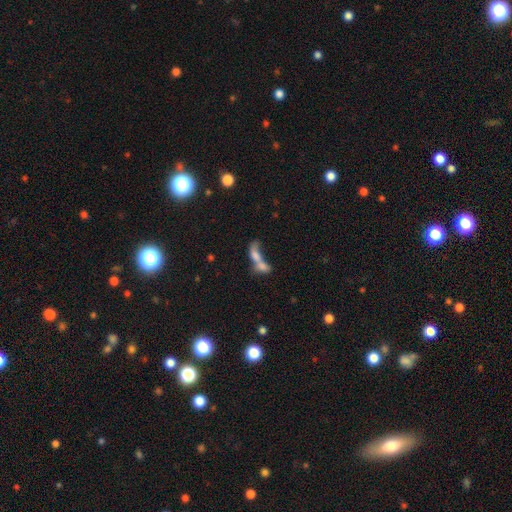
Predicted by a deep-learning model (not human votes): smooth-or-featured: smooth: 63% | featured or disk: 26% | star or artifact: 12%
  how-rounded: in between: 67% | cigar-shaped: 22% | round: 11%
  merging: merger: 75% | none: 11% | major disturbance: 9% | minor disturbance: 5%